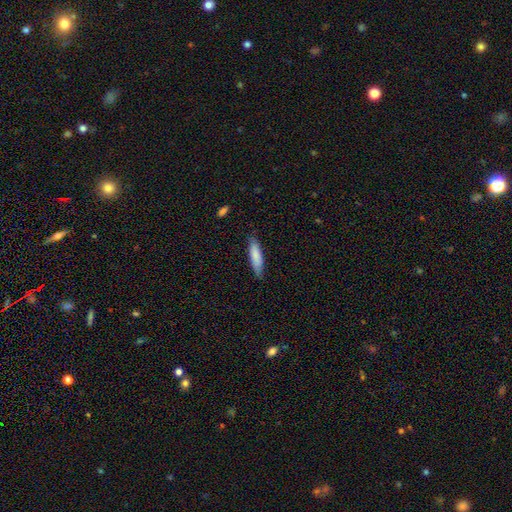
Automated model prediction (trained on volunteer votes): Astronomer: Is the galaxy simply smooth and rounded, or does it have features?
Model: smooth — 81%.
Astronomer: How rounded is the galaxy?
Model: cigar-shaped — 75%.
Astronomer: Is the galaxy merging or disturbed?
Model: none — 82%.